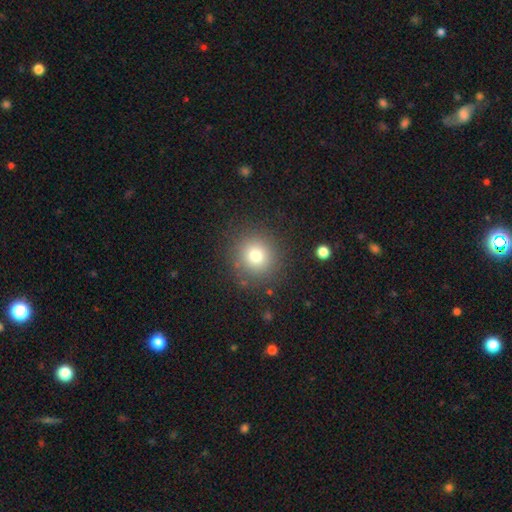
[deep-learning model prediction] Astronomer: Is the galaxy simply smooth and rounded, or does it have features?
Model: smooth — 76%.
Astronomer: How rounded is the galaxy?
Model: round — 93%.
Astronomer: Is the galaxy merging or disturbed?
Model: none — 86%.